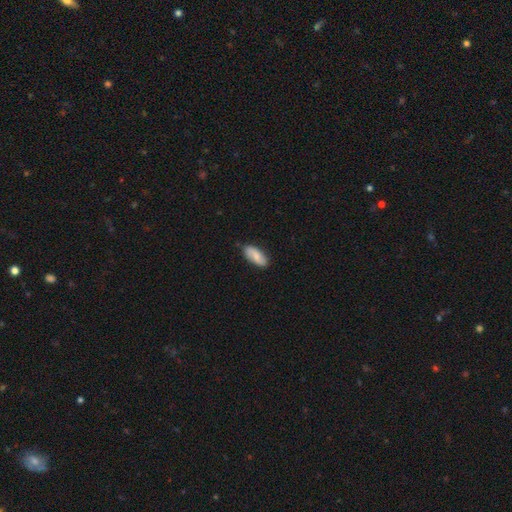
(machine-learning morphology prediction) A smooth galaxy with no disk features (64%) that is in between round and cigar-shaped (84%). Merging: none (81%).